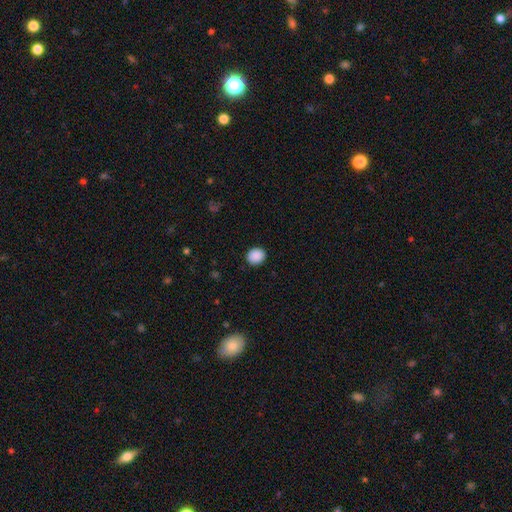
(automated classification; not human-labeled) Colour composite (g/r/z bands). It shows a smooth galaxy with no disk features (89%) that is round (74%). Merging: none (91%).